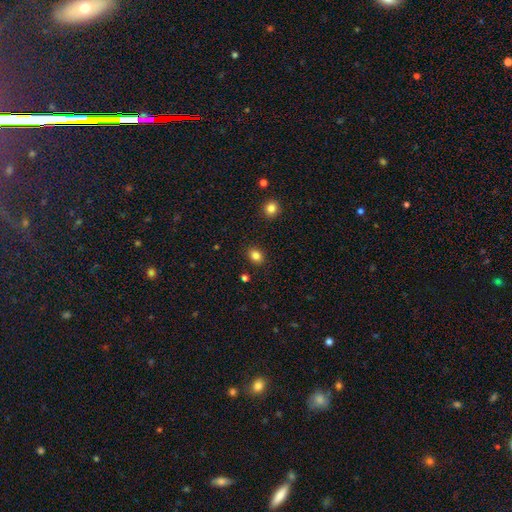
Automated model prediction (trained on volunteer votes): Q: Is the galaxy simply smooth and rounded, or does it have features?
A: smooth — 84%.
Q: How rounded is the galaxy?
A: round — 50%.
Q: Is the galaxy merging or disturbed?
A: none — 89%.